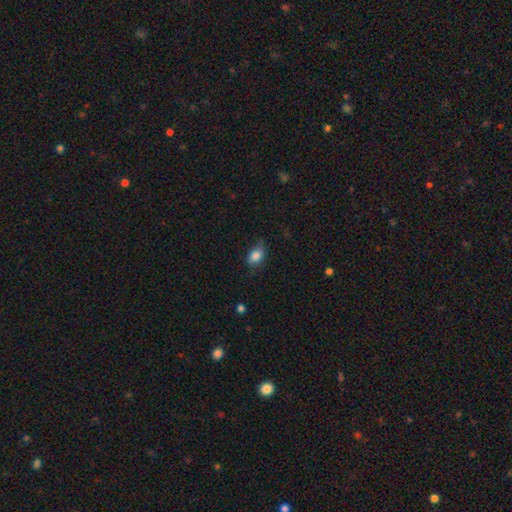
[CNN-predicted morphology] This appears to be a smooth galaxy with no disk features (83%) that is in between round and cigar-shaped (79%). Merging: none (60%).